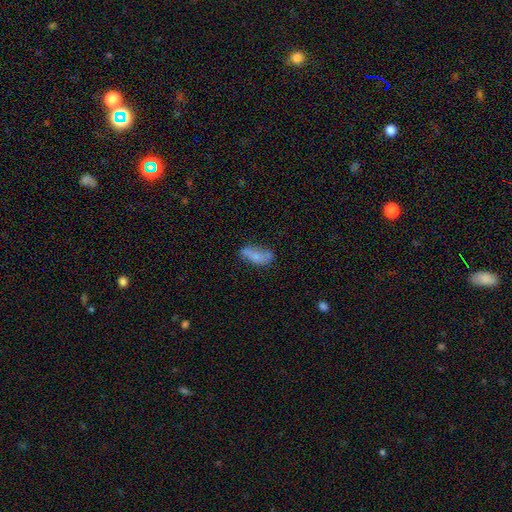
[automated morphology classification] This appears to be a smooth galaxy with no disk features (62%) that is in between round and cigar-shaped (74%). Merging: none (47%).